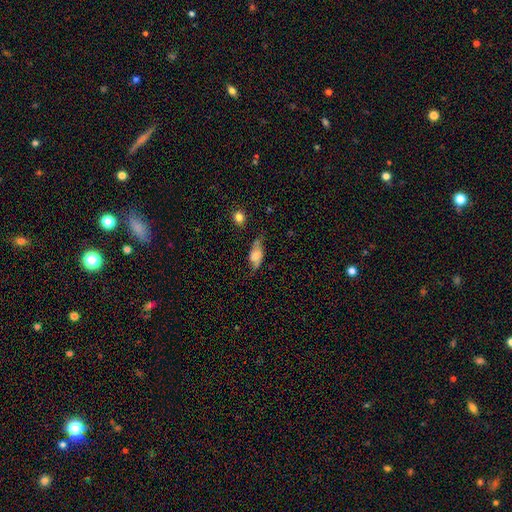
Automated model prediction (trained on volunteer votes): The model was most divided on "smooth or featured": smooth: 48%, featured or disk: 43%, star or artifact: 9%. More confident: merging — none (54%).